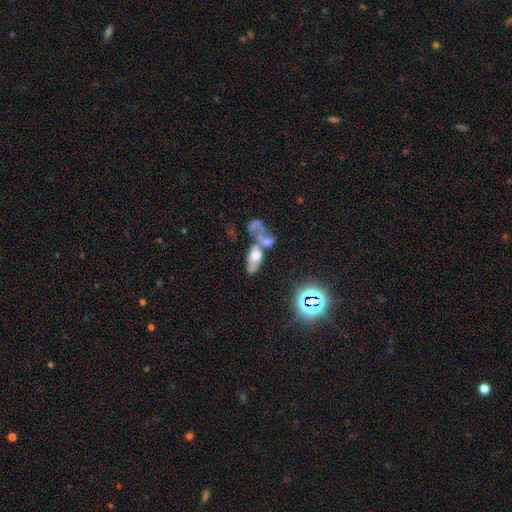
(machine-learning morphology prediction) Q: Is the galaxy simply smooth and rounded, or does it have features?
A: smooth — 46%.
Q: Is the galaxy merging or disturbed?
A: merger — 63%.